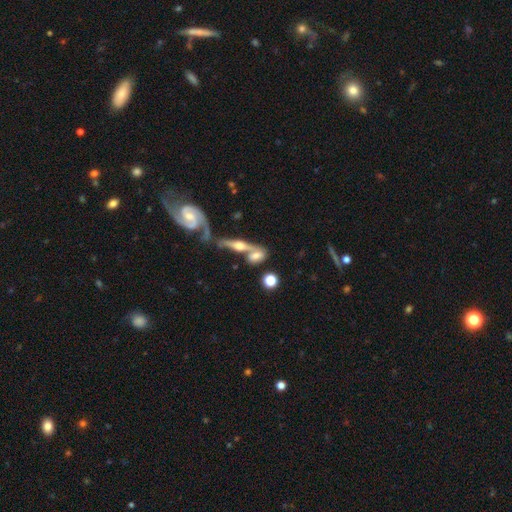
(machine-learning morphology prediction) Smooth or featured: featured or disk — 51% (smooth — 39%)
Edge-on disk: yes — 63% (no — 37%)
Merging: merger — 46% (none — 36%)